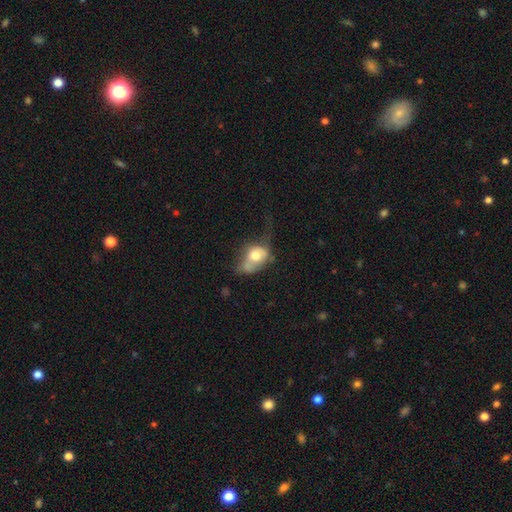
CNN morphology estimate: This is likely a smooth galaxy (64%). How rounded: likely in between (64%). Merging: marginally major disturbance (36%).